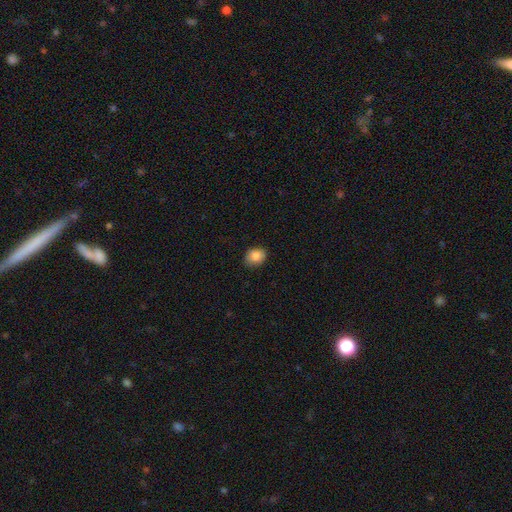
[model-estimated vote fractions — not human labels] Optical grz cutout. It shows a smooth galaxy with no disk features (87%) that is in between round and cigar-shaped (56%). Merging: none (79%).